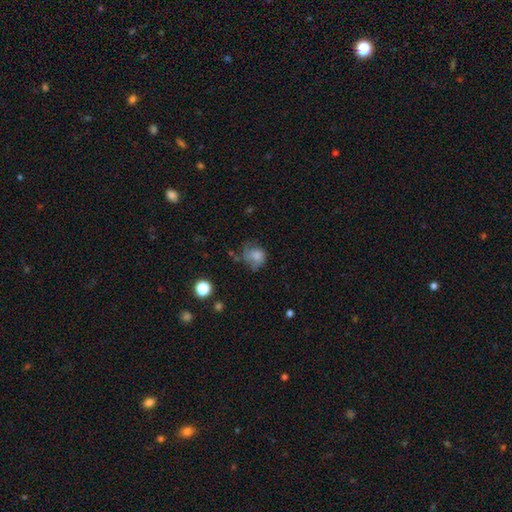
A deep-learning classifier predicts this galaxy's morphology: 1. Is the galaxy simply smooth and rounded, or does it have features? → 69% smooth, 20% featured or disk, 11% star or artifact.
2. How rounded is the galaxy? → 63% round, 36% in between, 1% cigar-shaped.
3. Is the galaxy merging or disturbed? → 39% none, 31% minor disturbance, 27% major disturbance, 4% merger.